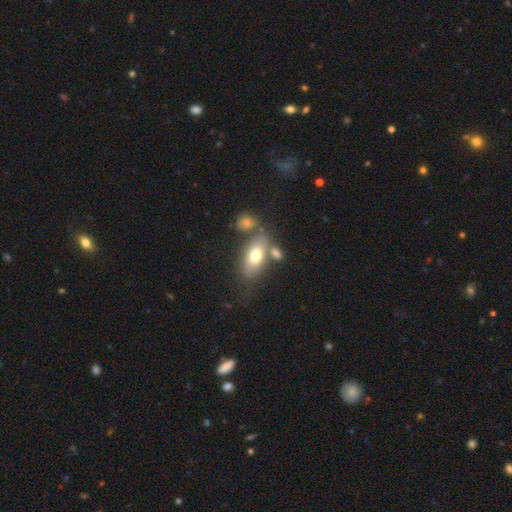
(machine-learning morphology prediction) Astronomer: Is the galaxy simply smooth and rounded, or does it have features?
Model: smooth — 70%.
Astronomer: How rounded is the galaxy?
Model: in between — 87%.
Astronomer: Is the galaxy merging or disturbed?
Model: none — 55%.